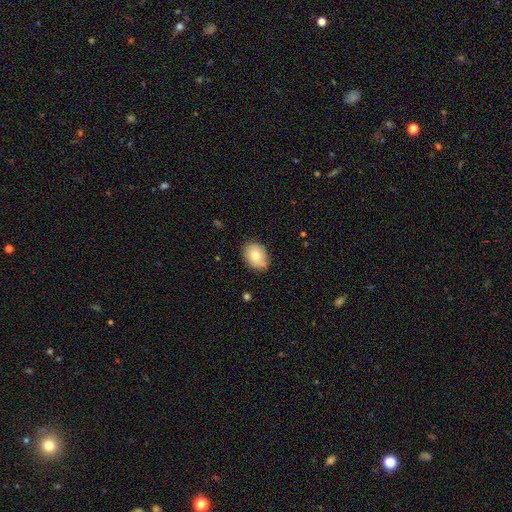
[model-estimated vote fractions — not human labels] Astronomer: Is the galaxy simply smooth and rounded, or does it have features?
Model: smooth — 78%.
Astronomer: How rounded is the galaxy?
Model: in between — 71%.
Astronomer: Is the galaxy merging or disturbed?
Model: none — 81%.